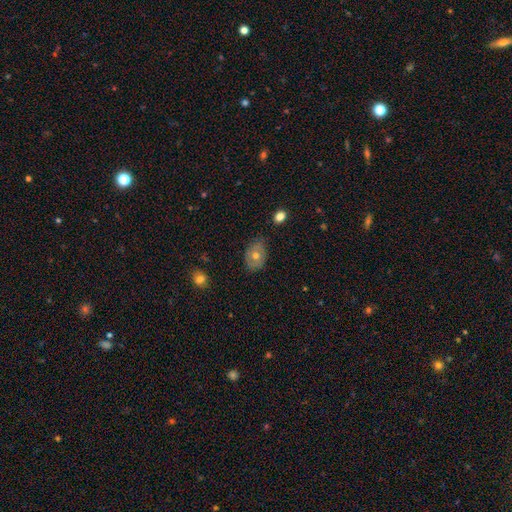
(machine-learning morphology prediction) This is possibly a smooth galaxy (50%). How rounded: likely in between (72%). Merging: likely none (74%).